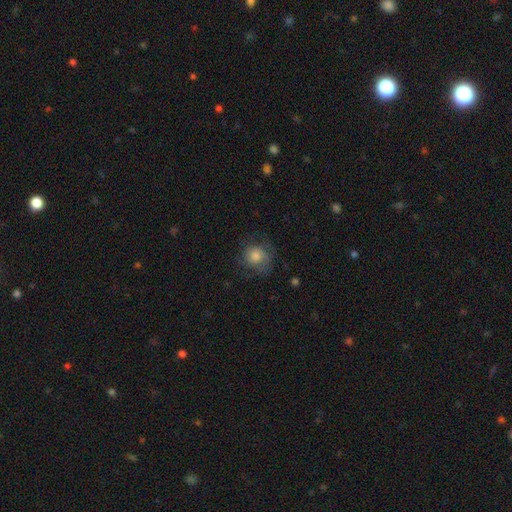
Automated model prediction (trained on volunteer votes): The model was most divided on "smooth or featured": smooth: 53%, featured or disk: 36%, star or artifact: 11%. More confident: how rounded — round (84%); merging — none (67%).